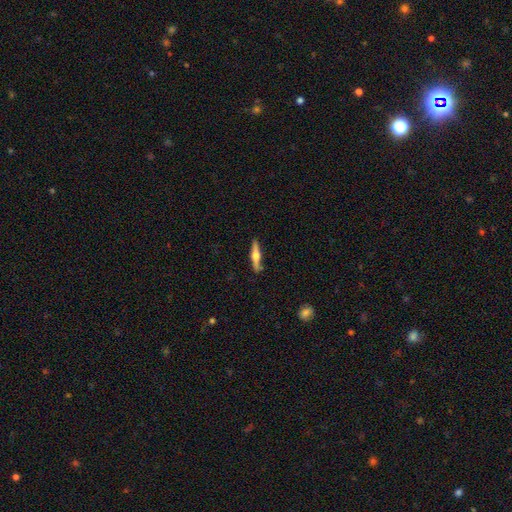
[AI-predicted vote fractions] Morphology: type=featured or disk (64%); edge-on=yes (97%); edge-on bulge=rounded (92%); merging=none (88%).